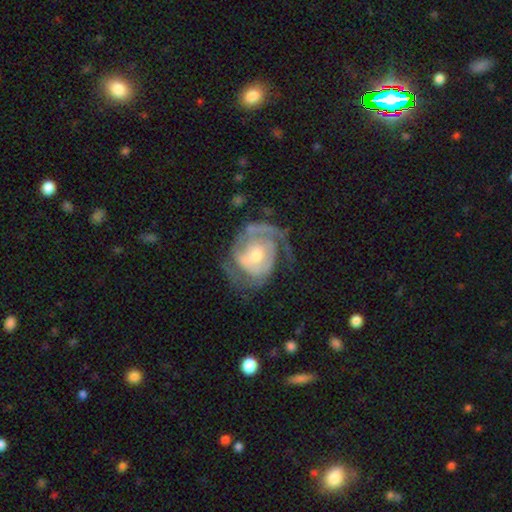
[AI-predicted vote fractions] This is clearly a featured or disk galaxy (83%). It is clearly not viewed edge-on (97%). Bar: likely no (68%). Spiral arm pattern: clearly yes (91%). Spiral arm count: possibly 2 (48%). Spiral winding: possibly tight (51%). Central bulge: possibly moderate (52%). Merging: possibly none (54%).